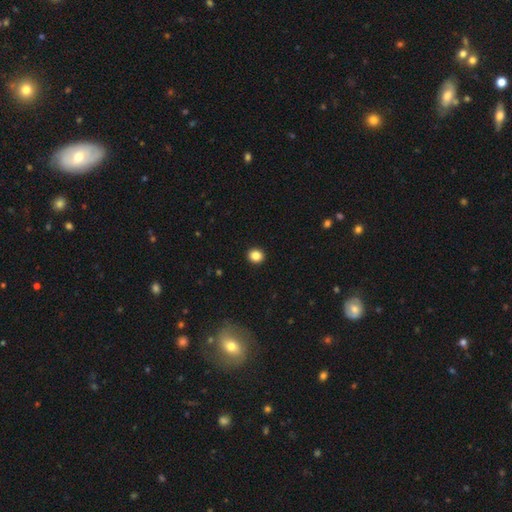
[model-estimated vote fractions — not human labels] smooth 85%, star or artifact 10%, featured or disk 4%. Down the decision tree: how rounded — round (81%); merging — none (93%).